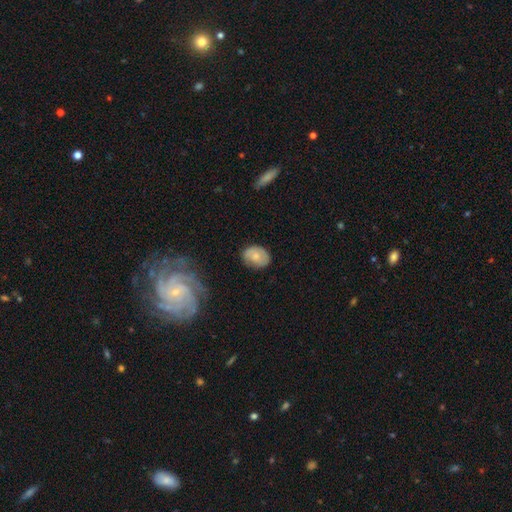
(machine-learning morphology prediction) This appears to be a smooth galaxy with no disk features (61%) that is in between round and cigar-shaped (67%). Merging: none (70%).